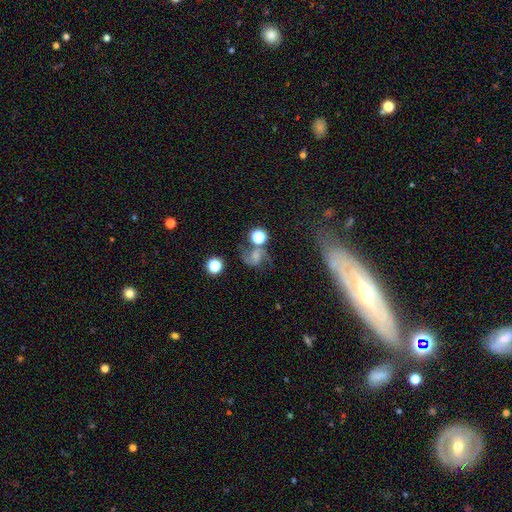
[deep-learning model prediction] Smooth or featured? featured or disk (61%)
Edge-on disk? no (97%)
Bar? no (54%)
Spiral arms? yes (92%)
Spiral winding? loose (57%)
Spiral arm count? 2 (88%)
Bulge size? moderate (32%)
Merging? none (49%)